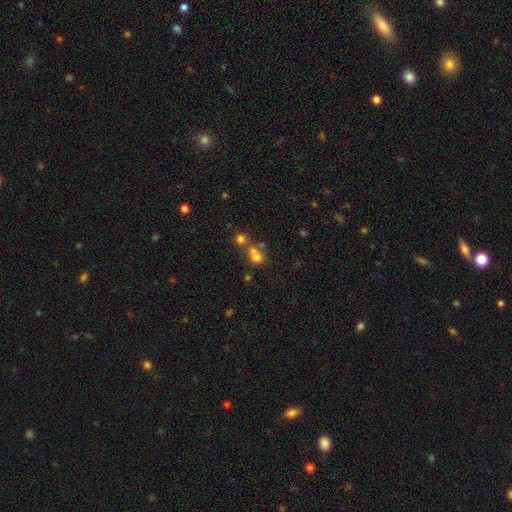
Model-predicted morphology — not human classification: A smooth galaxy with no disk features (65%) that is round (76%). Merging: merger (51%).